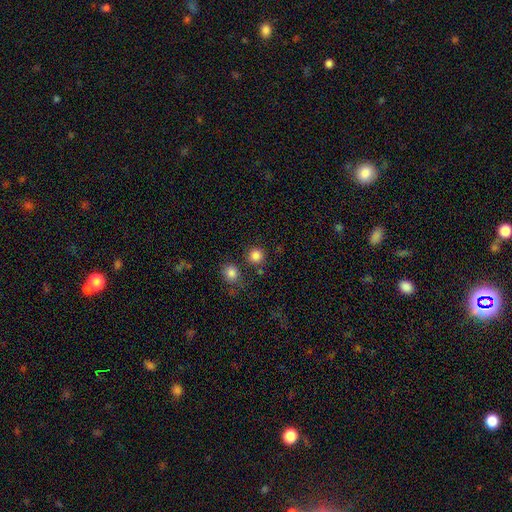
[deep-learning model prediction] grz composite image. It shows a smooth galaxy with no disk features (84%) that is round (93%). Merging: none (81%).